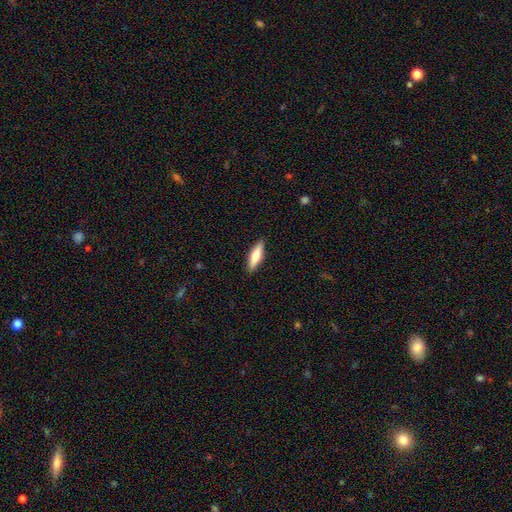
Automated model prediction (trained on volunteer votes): Morphology: type=smooth (64%); roundness=cigar-shaped (63%); merging=none (89%).